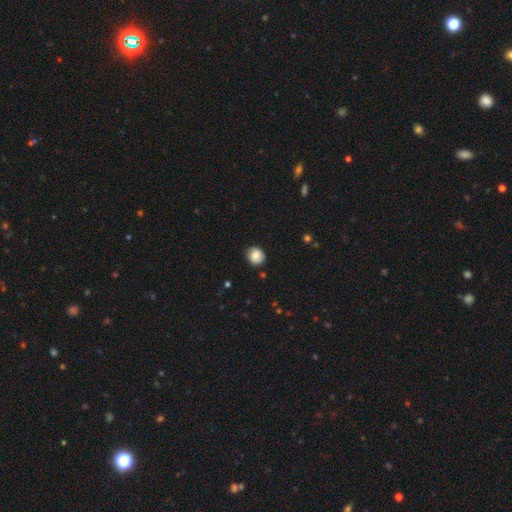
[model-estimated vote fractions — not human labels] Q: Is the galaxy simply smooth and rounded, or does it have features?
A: smooth — 84%.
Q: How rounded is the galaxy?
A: round — 82%.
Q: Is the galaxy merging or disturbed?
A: none — 85%.